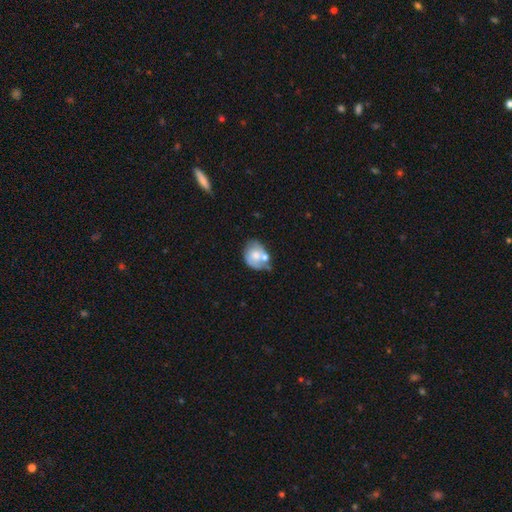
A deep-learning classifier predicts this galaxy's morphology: Overall: smooth (54%; featured or disk 39%). How rounded: in between (54%; round 45%). Merging: none (34%; merger 33%).